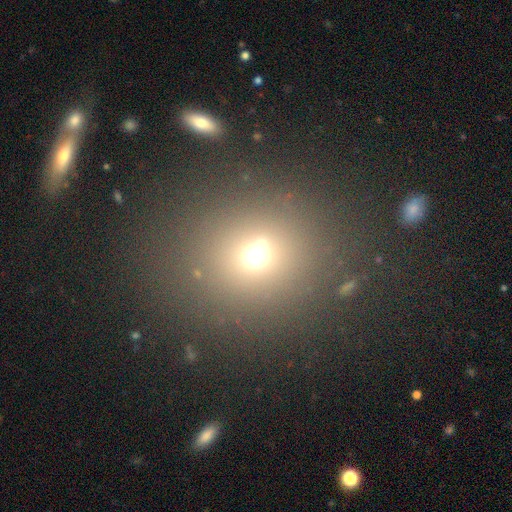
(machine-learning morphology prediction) smooth_or_featured: smooth (p=0.63) [alt: star or artifact p=0.24]
how_rounded: round (p=0.80) [alt: in between p=0.19]
merging: none (p=0.68) [alt: merger p=0.18]